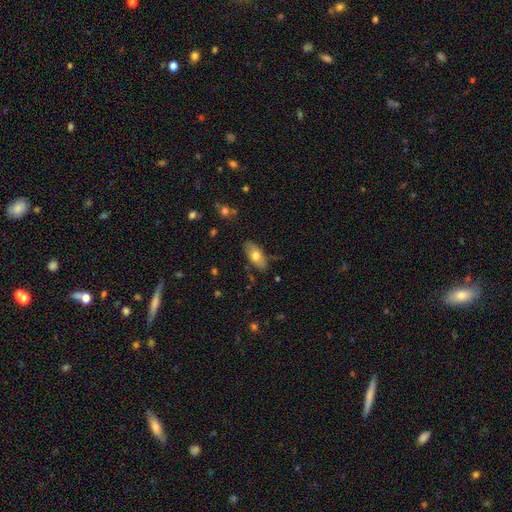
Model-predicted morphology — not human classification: smooth-or-featured: smooth: 68% | featured or disk: 26% | star or artifact: 7%
  how-rounded: in between: 89% | cigar-shaped: 8% | round: 3%
  merging: none: 78% | minor disturbance: 17% | major disturbance: 3% | merger: 2%